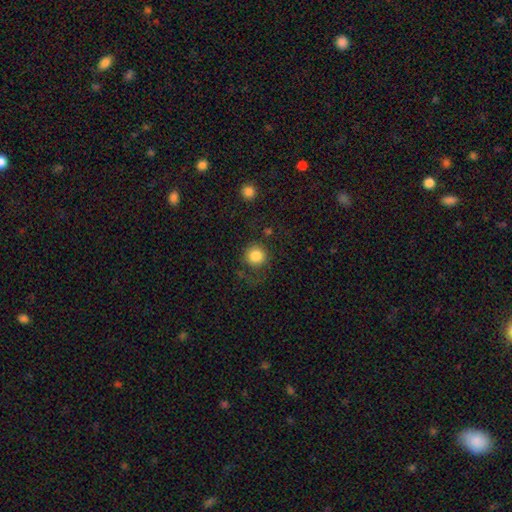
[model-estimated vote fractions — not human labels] smooth 84%, star or artifact 9%, featured or disk 6%. Down the decision tree: how rounded — round (92%); merging — none (71%).